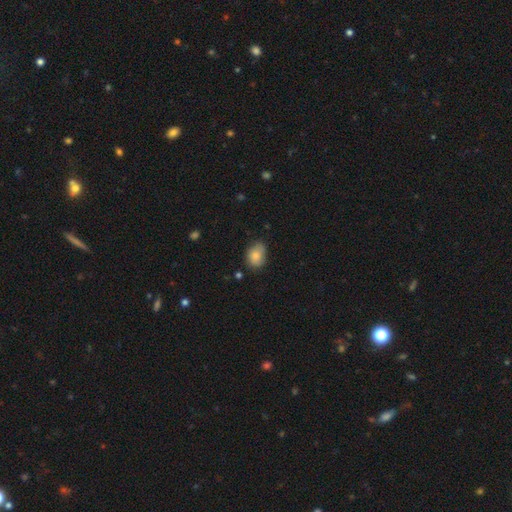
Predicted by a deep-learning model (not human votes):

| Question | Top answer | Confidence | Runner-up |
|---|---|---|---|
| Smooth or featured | smooth | 75% | featured or disk (17%) |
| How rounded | in between | 69% | round (30%) |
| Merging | none | 66% | minor disturbance (27%) |